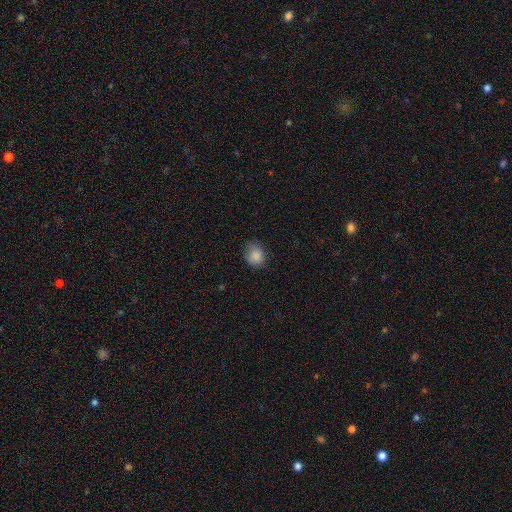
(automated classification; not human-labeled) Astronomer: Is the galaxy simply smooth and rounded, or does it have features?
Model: smooth — 87%.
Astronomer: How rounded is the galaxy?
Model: round — 61% (runner-up: in between, 38%).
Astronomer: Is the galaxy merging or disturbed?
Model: none — 72%.